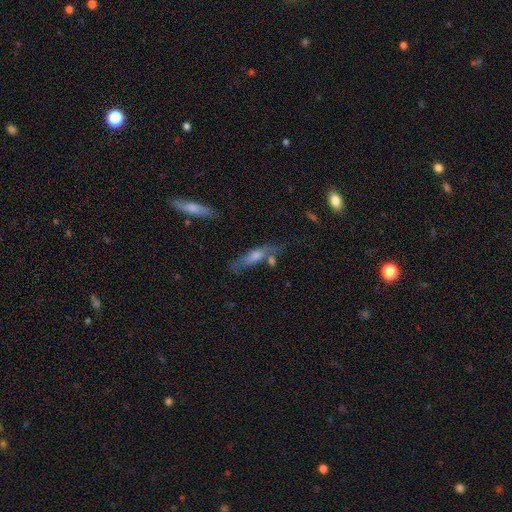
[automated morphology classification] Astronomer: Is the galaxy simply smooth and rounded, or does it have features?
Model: featured or disk — 49% (runner-up: smooth, 42%).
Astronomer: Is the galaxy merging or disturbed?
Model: none — 60%.